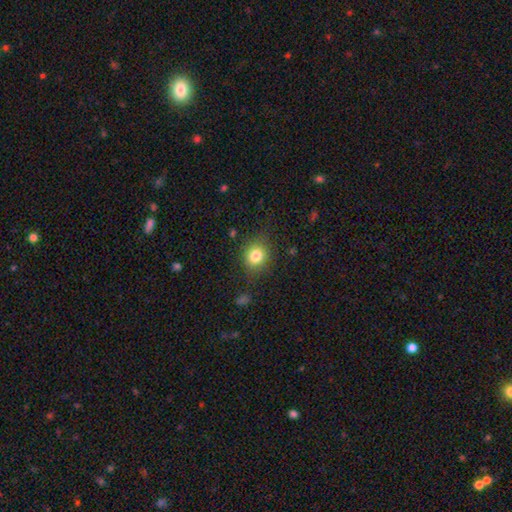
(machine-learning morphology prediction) The model was most divided on "how rounded": round: 70%, in between: 29%, cigar-shaped: 1%. More confident: merging — none (82%); smooth or featured — smooth (81%).